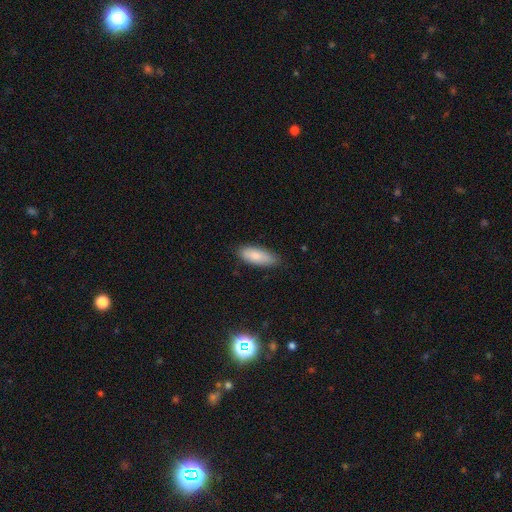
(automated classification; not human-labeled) smooth 84%, featured or disk 10%, star or artifact 6%. Down the decision tree: how rounded — in between (74%); merging — none (82%).